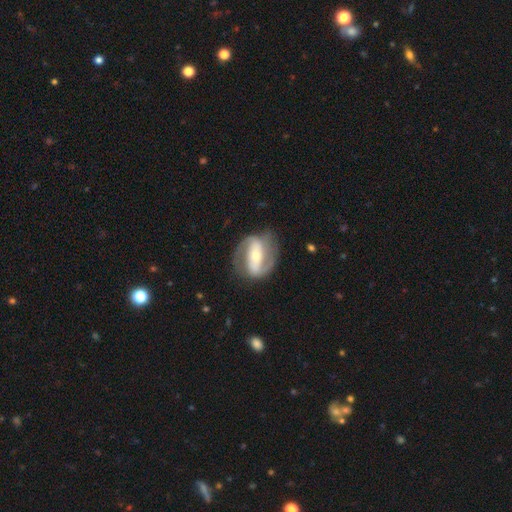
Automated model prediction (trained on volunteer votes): A featured or disk galaxy (84%) with a strong bar (56%), 2 (88%) medium (47%) spiral arms (91%) and a moderate central bulge (49%).

Vote fractions:
- Smooth or featured? featured or disk: 84% / smooth: 11% / star or artifact: 5%
- Edge-on disk? no: 96% / yes: 4%
- Bar? strong: 56% / weak: 25% / no: 19%
- Spiral arms? yes: 91% / no: 9%
- Spiral winding? medium: 47% / tight: 29% / loose: 24%
- Spiral arm count? 2: 88% / can't tell: 5% / 1: 3% / 3: 2% / 4: 1% / more than 4: 1%
- Bulge size? moderate: 49% / small: 45% / large: 4% / dominant: 1% / none: 1%
- Merging? none: 75% / minor disturbance: 15% / major disturbance: 9% / merger: 1%